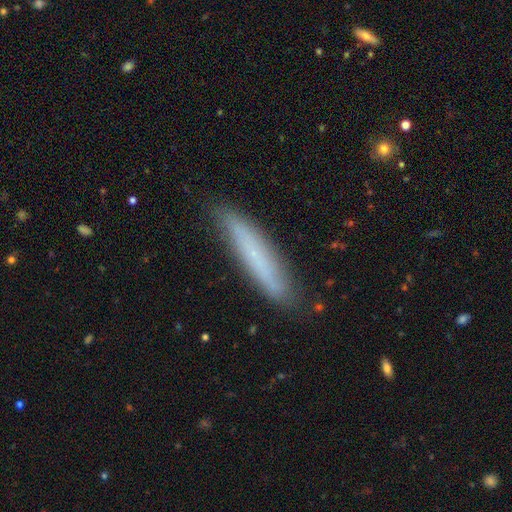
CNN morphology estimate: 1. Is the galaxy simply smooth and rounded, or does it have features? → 60% smooth, 33% featured or disk, 8% star or artifact.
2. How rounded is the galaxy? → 90% cigar-shaped, 8% in between, 1% round.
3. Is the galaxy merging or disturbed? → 83% none, 13% minor disturbance, 2% major disturbance, 1% merger.